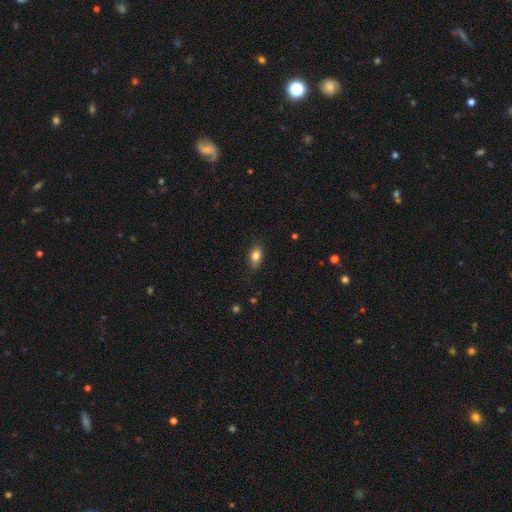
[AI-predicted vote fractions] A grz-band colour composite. It shows a smooth galaxy with no disk features (83%) that is in between round and cigar-shaped (85%). Merging: none (82%).